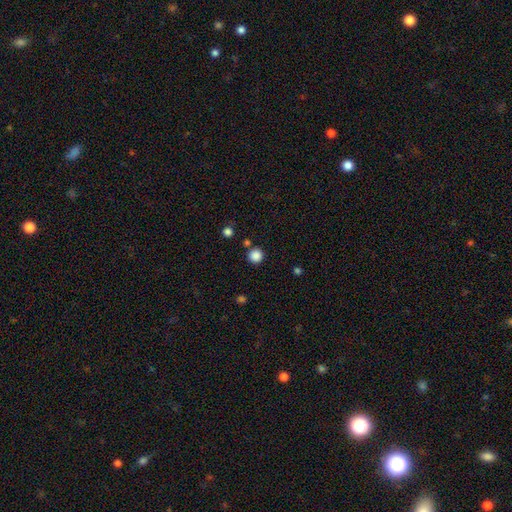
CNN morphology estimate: A smooth galaxy with no disk features (86%) that is round (95%).

Vote fractions:
- Smooth or featured? smooth: 86% / star or artifact: 11% / featured or disk: 3%
- How rounded? round: 95% / in between: 4% / cigar-shaped: 1%
- Merging? none: 86% / minor disturbance: 6% / merger: 5% / major disturbance: 2%